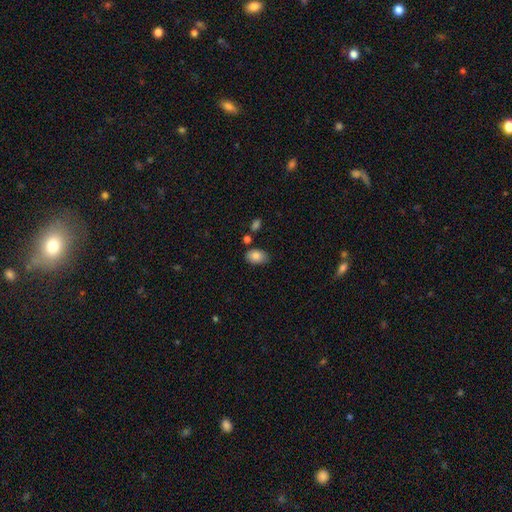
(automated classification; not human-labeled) Morphology: type=smooth (84%); roundness=in between (86%); merging=none (73%).